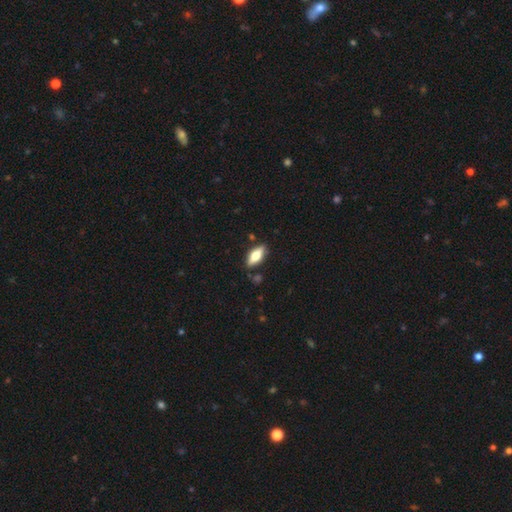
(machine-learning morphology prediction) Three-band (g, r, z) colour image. It shows a smooth galaxy with no disk features (64%) that is in between round and cigar-shaped (76%). Merging: none (84%).